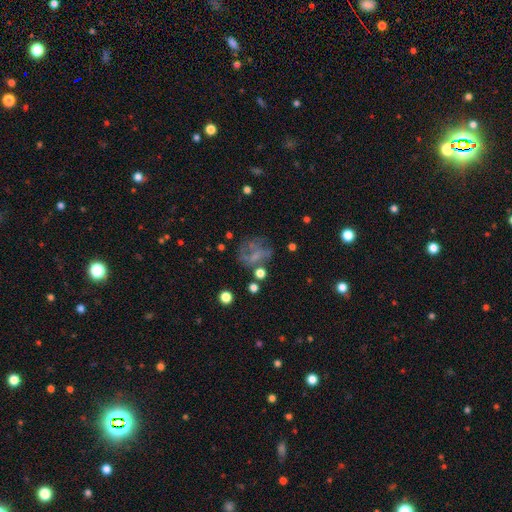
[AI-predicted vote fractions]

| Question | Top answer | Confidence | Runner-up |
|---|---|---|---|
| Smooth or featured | featured or disk | 44% | smooth (36%) |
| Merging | none | 44% | major disturbance (28%) |